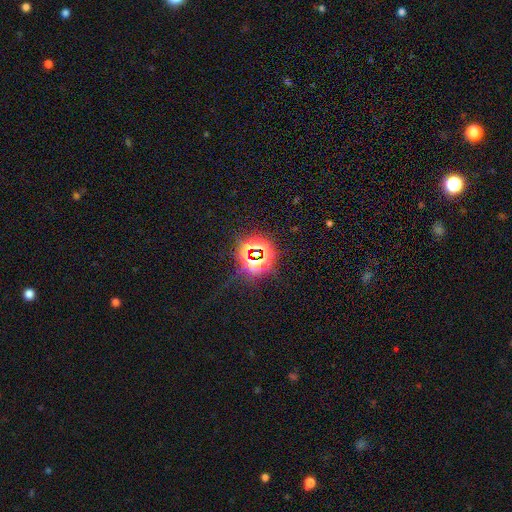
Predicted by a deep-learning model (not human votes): A star or artifact, not a galaxy (77%).

Vote fractions:
- Smooth or featured? star or artifact: 77% / smooth: 14% / featured or disk: 8%